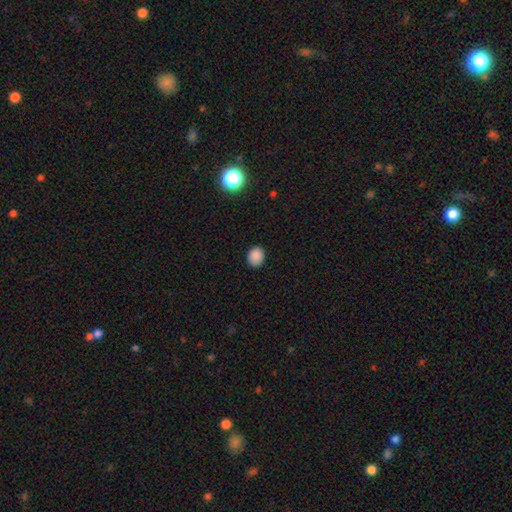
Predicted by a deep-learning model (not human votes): This is clearly a smooth galaxy (88%). How rounded: possibly round (55%). Merging: clearly none (88%).